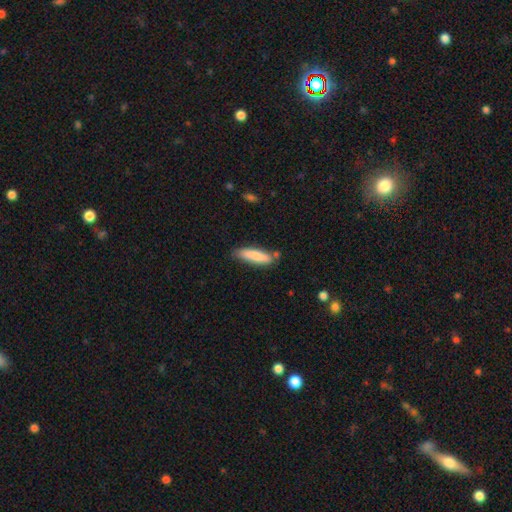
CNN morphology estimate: A smooth galaxy with no disk features (81%) that is cigar-shaped (70%).

Vote fractions:
- Smooth or featured? smooth: 81% / featured or disk: 14% / star or artifact: 6%
- How rounded? cigar-shaped: 70% / in between: 29% / round: 1%
- Merging? none: 75% / minor disturbance: 17% / merger: 5% / major disturbance: 3%